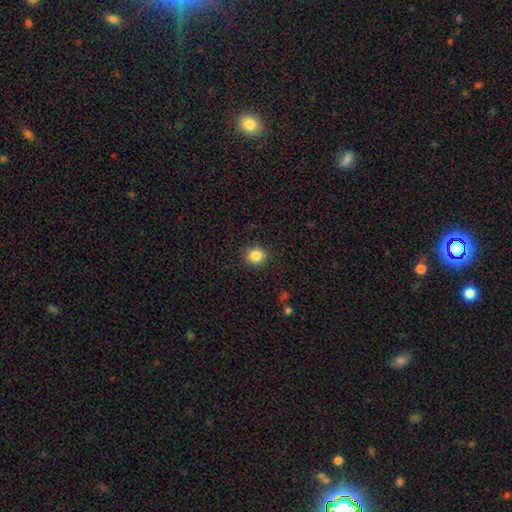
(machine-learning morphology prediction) Q: Smooth or featured?
A: smooth (85%); runner-up: star or artifact (10%)
Q: How rounded?
A: round (85%); runner-up: in between (14%)
Q: Merging?
A: none (90%); runner-up: minor disturbance (7%)